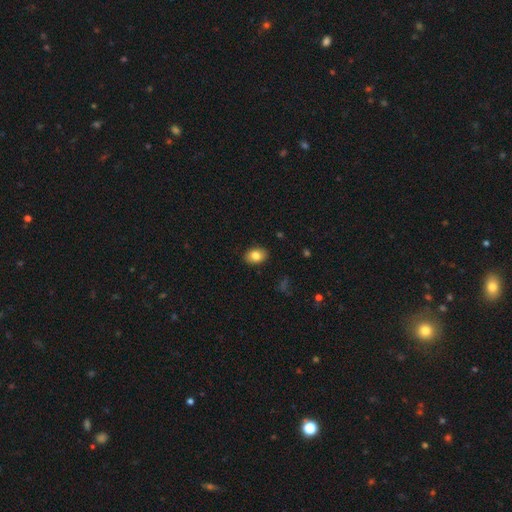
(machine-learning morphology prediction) A smooth galaxy with no disk features (83%) that is in between round and cigar-shaped (75%).

Vote fractions:
- Smooth or featured? smooth: 83% / featured or disk: 8% / star or artifact: 8%
- How rounded? in between: 75% / round: 24% / cigar-shaped: 1%
- Merging? none: 89% / minor disturbance: 8% / major disturbance: 2% / merger: 1%